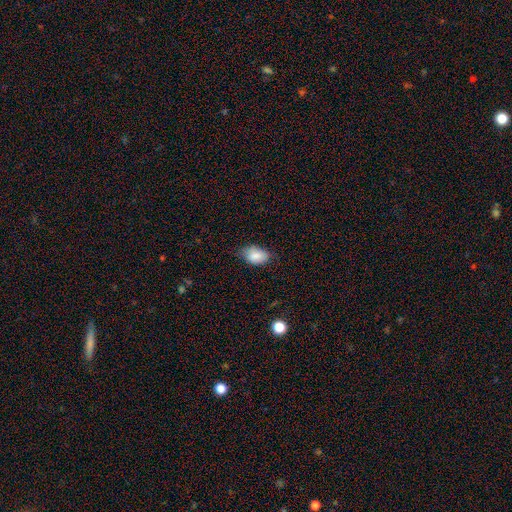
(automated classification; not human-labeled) Smooth or featured: smooth — 84% (featured or disk — 8%)
How rounded: in between — 89% (round — 10%)
Merging: none — 65% (minor disturbance — 29%)